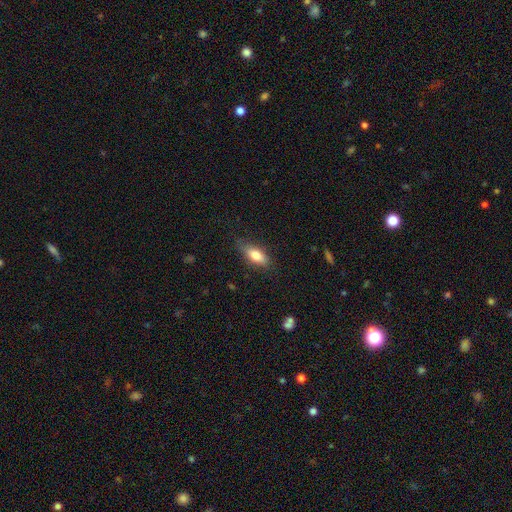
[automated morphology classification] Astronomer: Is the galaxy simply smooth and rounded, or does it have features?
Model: smooth — 76%.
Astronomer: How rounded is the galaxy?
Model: in between — 77%.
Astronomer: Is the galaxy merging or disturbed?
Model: none — 79%.